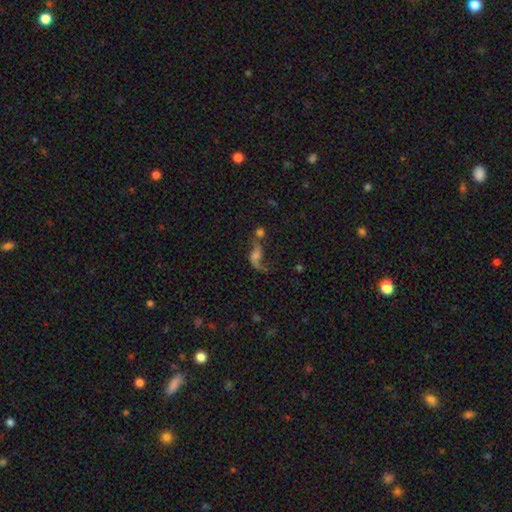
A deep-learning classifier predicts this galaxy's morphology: A featured or disk galaxy (58%) with no bar (62%), spiral arms (79%) and a small central bulge (30%, tied with moderate).

Vote fractions:
- Smooth or featured? featured or disk: 58% / smooth: 26% / star or artifact: 16%
- Edge-on disk? no: 93% / yes: 7%
- Bar? no: 62% / weak: 29% / strong: 9%
- Spiral arms? yes: 79% / no: 21%
- Bulge size? small: 30% (tied) / moderate: 30% (tied) / none: 25% / large: 12% / dominant: 4%
- Merging? merger: 33% / none: 30% / major disturbance: 23% / minor disturbance: 13%